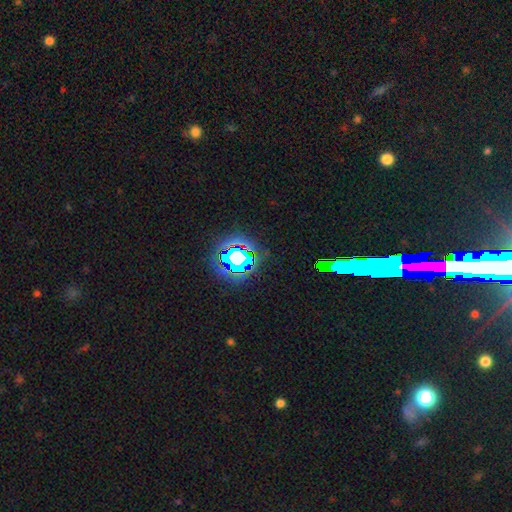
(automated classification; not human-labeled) A star or artifact, not a galaxy (73%).